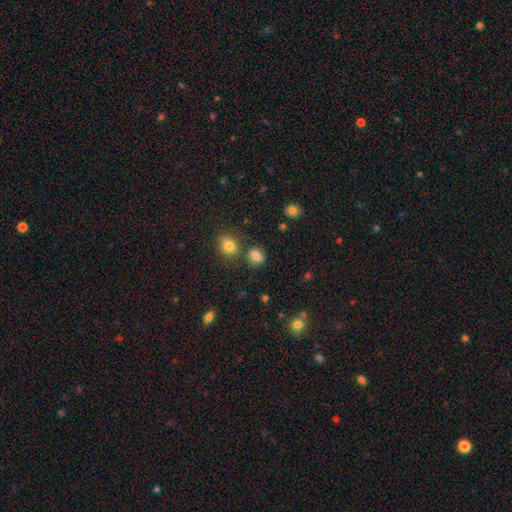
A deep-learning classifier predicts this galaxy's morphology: A smooth galaxy with no disk features (80%) that is round (66%). Merging: none (71%).